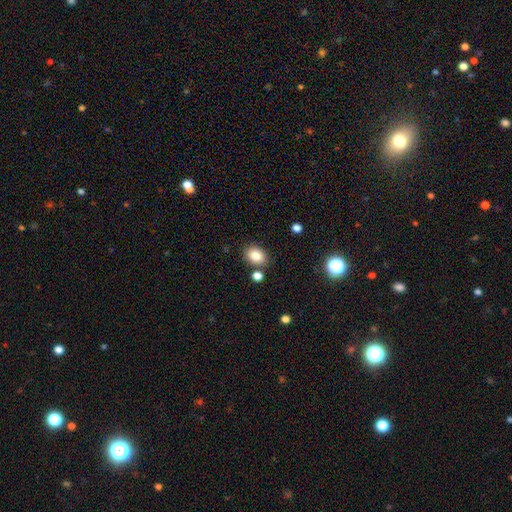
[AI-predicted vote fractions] smooth_or_featured: smooth (p=0.85) [alt: star or artifact p=0.10]
how_rounded: in between (p=0.65) [alt: round p=0.34]
merging: none (p=0.77) [alt: minor disturbance p=0.12]